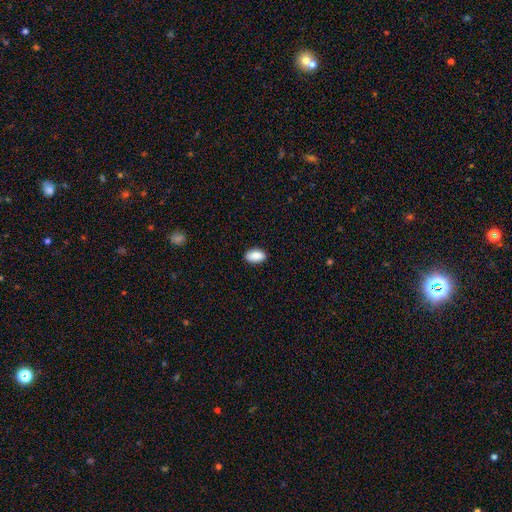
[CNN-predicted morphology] Q: Smooth or featured?
A: smooth (89%); runner-up: star or artifact (7%)
Q: How rounded?
A: in between (93%); runner-up: round (4%)
Q: Merging?
A: none (89%); runner-up: minor disturbance (8%)